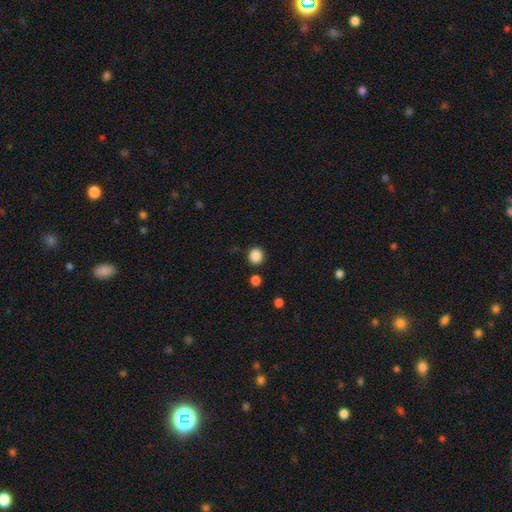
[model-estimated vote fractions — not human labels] Smooth or featured?
  - smooth: 87% *
  - star or artifact: 10%
  - featured or disk: 3%
How rounded?
  - round: 88% *
  - in between: 11%
  - cigar-shaped: 1%
Merging?
  - none: 88% *
  - minor disturbance: 6%
  - merger: 3%
  - major disturbance: 2%